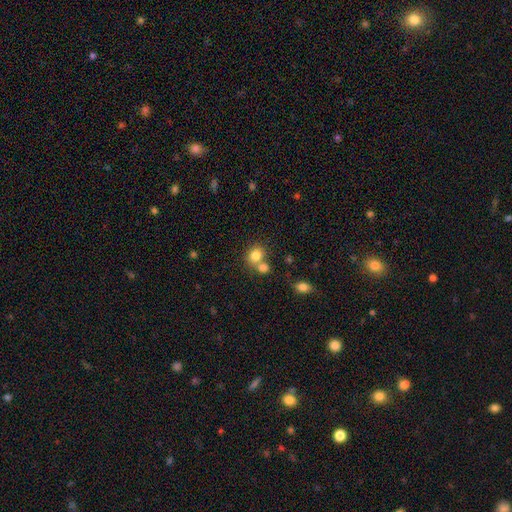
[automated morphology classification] The model was most divided on "merging": none: 49%, merger: 39%, minor disturbance: 8%, major disturbance: 3%. More confident: smooth or featured — smooth (81%); how rounded — round (72%).